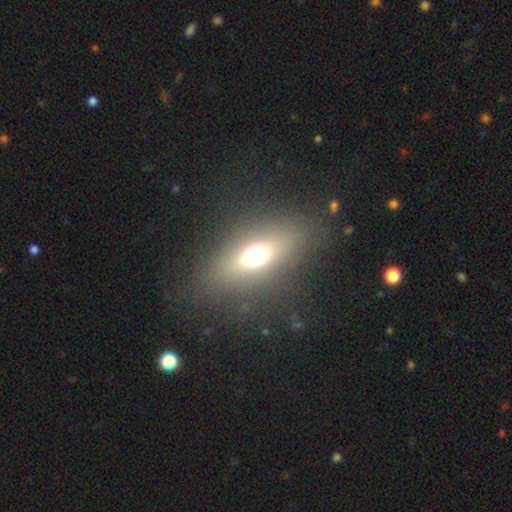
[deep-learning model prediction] The model was most divided on "smooth or featured": smooth: 59%, featured or disk: 22%, star or artifact: 18%. More confident: merging — none (82%); how rounded — in between (69%).